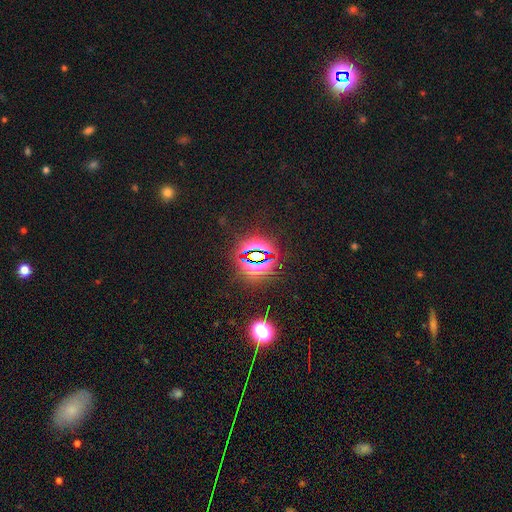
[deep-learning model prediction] star or artifact 78%, smooth 14%, featured or disk 8%.